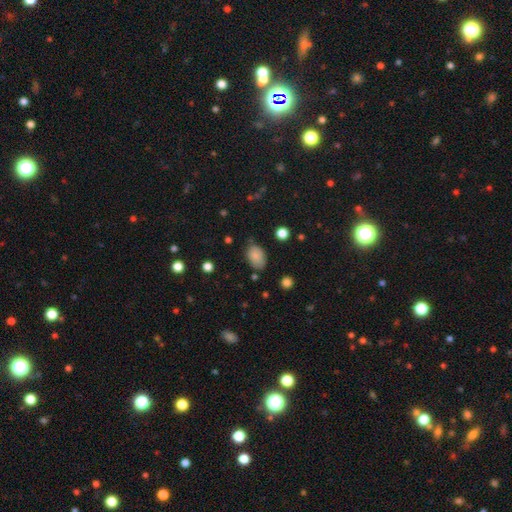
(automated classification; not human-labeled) A smooth galaxy with no disk features (84%) that is in between round and cigar-shaped (86%).

Vote fractions:
- Smooth or featured? smooth: 84% / star or artifact: 9% / featured or disk: 7%
- How rounded? in between: 86% / round: 13% / cigar-shaped: 1%
- Merging? none: 68% / minor disturbance: 24% / major disturbance: 5% / merger: 3%